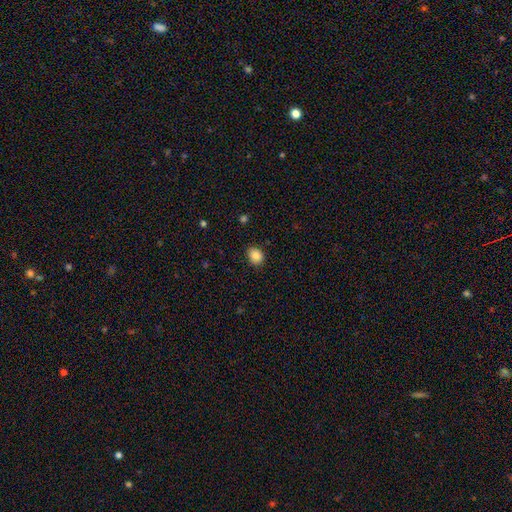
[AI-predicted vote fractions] smooth 87%, star or artifact 9%, featured or disk 4%. Down the decision tree: how rounded — round (53%); merging — none (87%).